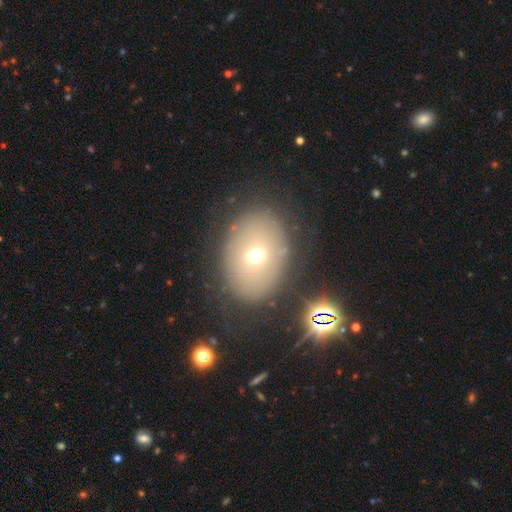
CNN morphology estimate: A smooth galaxy with no disk features (61%) that is in between round and cigar-shaped (61%). Merging: none (73%).